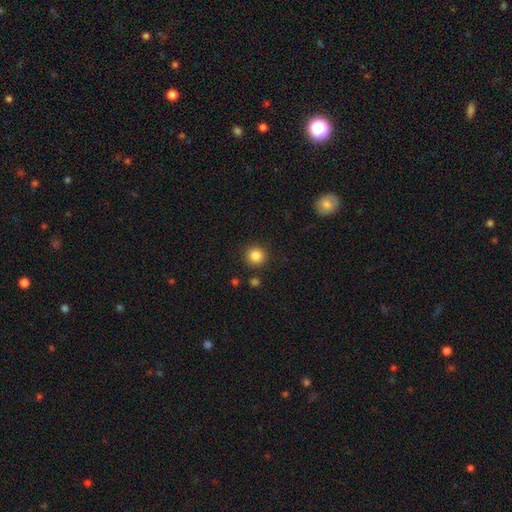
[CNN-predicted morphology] Smooth or featured? smooth (85%)
How rounded? round (92%)
Merging? none (89%)